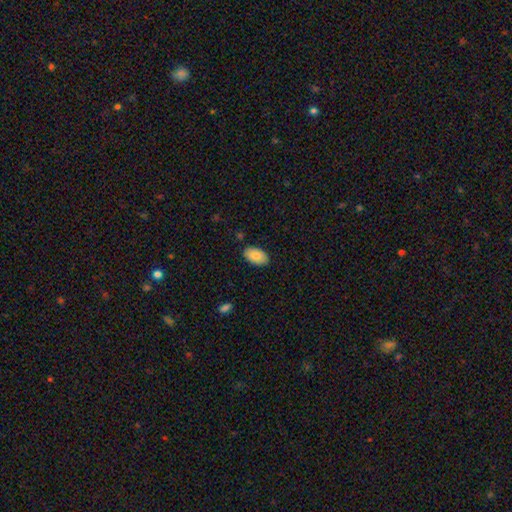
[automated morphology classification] type=smooth (83%); roundness=in between (95%); merging=none (86%).